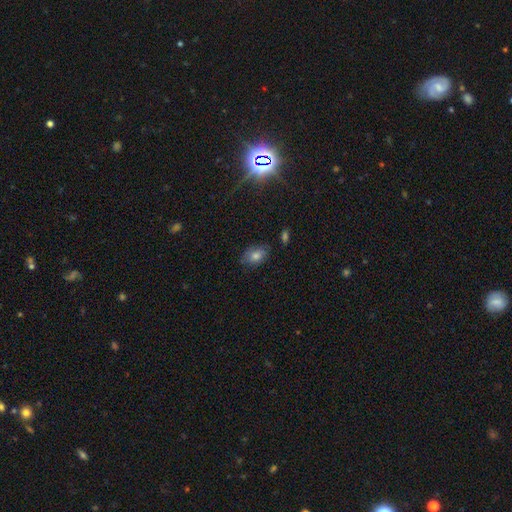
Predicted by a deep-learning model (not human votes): The model was most divided on "merging": none: 75%, minor disturbance: 19%, major disturbance: 4%, merger: 2%. More confident: how rounded — in between (82%); smooth or featured — smooth (73%).